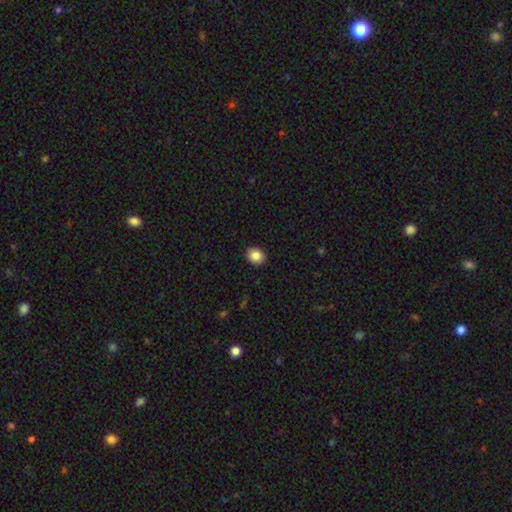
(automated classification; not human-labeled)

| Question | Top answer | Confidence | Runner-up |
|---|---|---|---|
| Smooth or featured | smooth | 86% | star or artifact (9%) |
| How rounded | round | 58% | in between (41%) |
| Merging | none | 92% | minor disturbance (6%) |